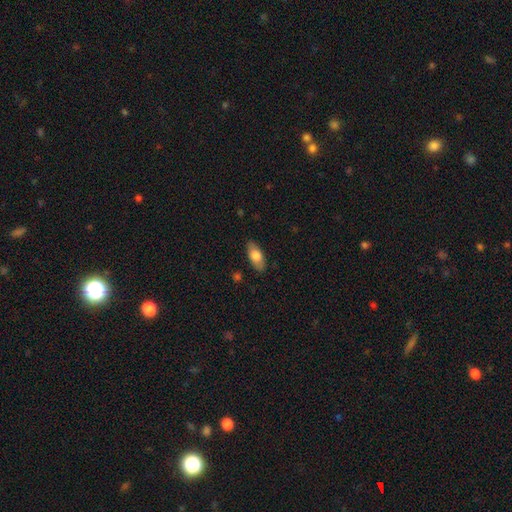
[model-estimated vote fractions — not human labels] Smooth or featured?
  - smooth: 74% *
  - featured or disk: 20%
  - star or artifact: 6%
How rounded?
  - in between: 86% *
  - cigar-shaped: 11%
  - round: 3%
Merging?
  - none: 86% *
  - minor disturbance: 11%
  - major disturbance: 2%
  - merger: 1%